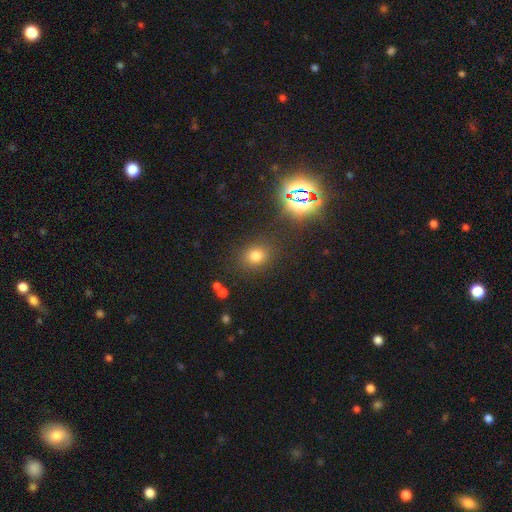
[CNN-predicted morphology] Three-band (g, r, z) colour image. It shows a smooth galaxy with no disk features (72%) that is round (67%). Merging: none (83%).